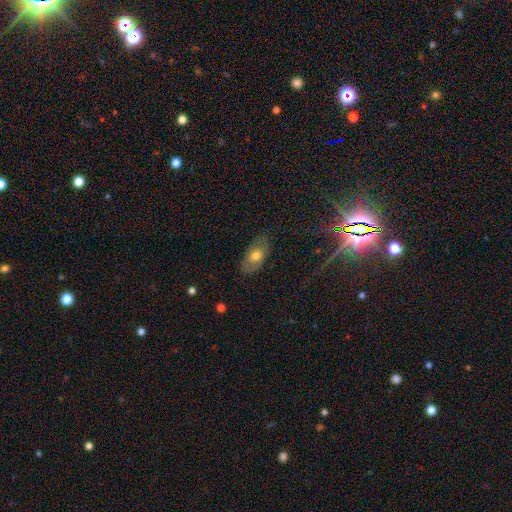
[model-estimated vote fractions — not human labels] A smooth galaxy with no disk features (61%) that is in between round and cigar-shaped (91%). Merging: none (80%).